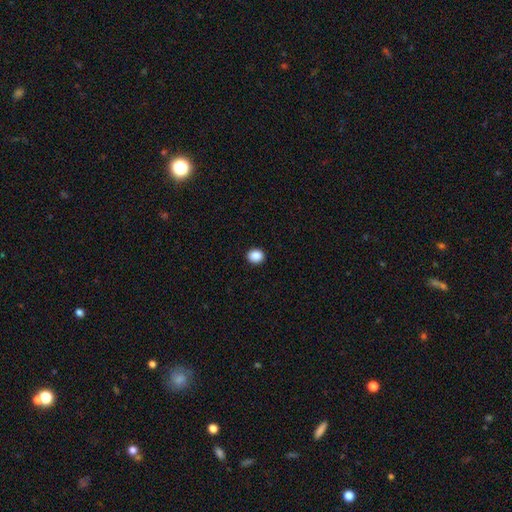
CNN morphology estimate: Smooth or featured?
  - smooth: 89% *
  - star or artifact: 9%
  - featured or disk: 2%
How rounded?
  - round: 73% *
  - in between: 26%
  - cigar-shaped: 1%
Merging?
  - none: 92% *
  - minor disturbance: 5%
  - major disturbance: 2%
  - merger: 1%